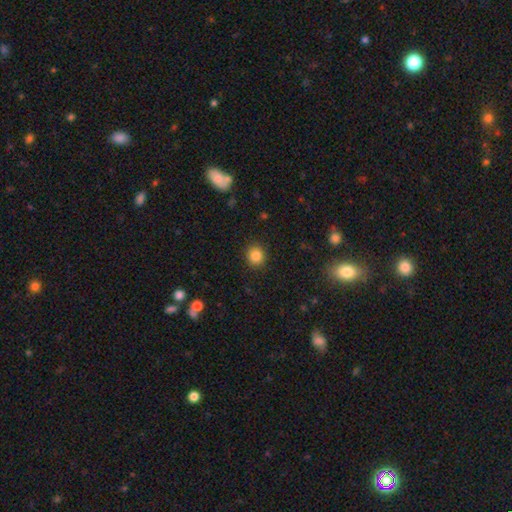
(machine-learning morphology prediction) type=smooth (85%); roundness=round (86%); merging=none (90%).